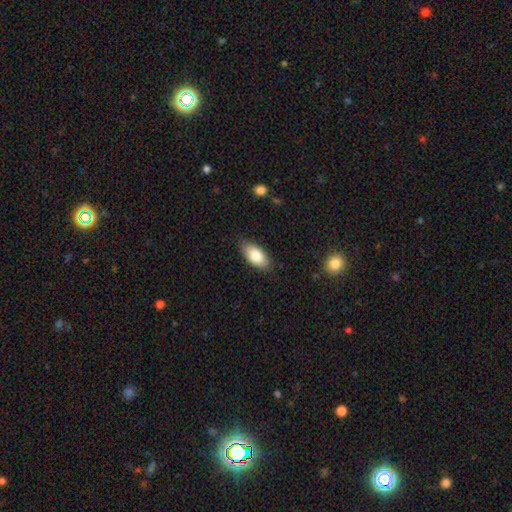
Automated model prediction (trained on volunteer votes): This is clearly a smooth galaxy (81%). How rounded: clearly in between (90%). Merging: clearly none (83%).